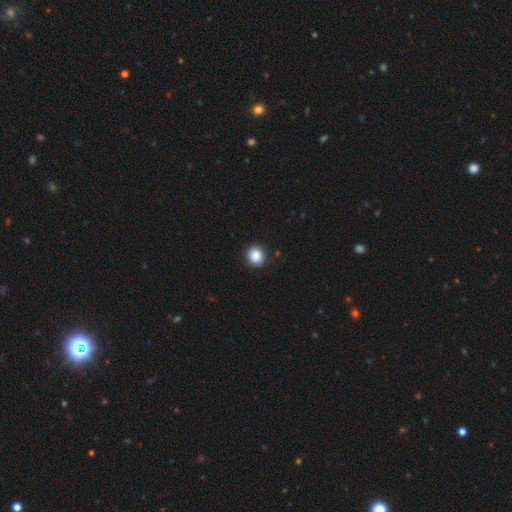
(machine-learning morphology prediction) Q: Smooth or featured?
A: smooth (88%); runner-up: star or artifact (9%)
Q: How rounded?
A: round (83%); runner-up: in between (16%)
Q: Merging?
A: none (89%); runner-up: minor disturbance (8%)